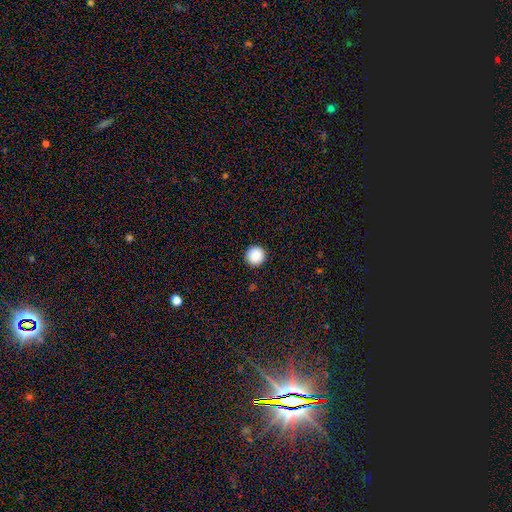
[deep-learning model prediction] A smooth galaxy with no disk features (89%) that is round (97%).

Vote fractions:
- Smooth or featured? smooth: 89% / star or artifact: 9% / featured or disk: 3%
- How rounded? round: 97% / in between: 2% / cigar-shaped: 1%
- Merging? none: 94% / minor disturbance: 4% / major disturbance: 1% / merger: 1%